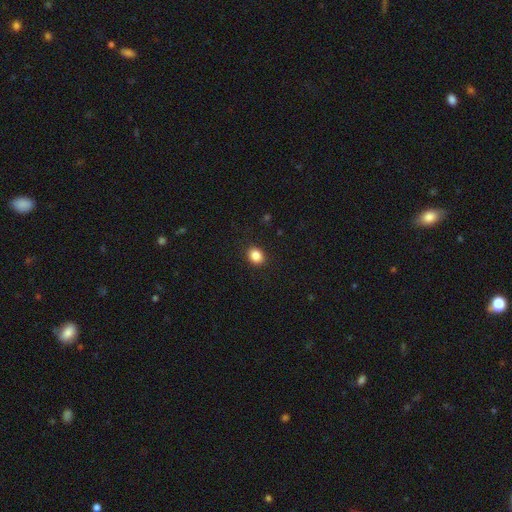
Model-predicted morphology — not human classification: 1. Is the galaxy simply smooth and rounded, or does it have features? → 86% smooth, 10% star or artifact, 4% featured or disk.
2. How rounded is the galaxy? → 53% round, 47% in between, 1% cigar-shaped.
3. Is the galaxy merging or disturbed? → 90% none, 7% minor disturbance, 2% major disturbance, 1% merger.